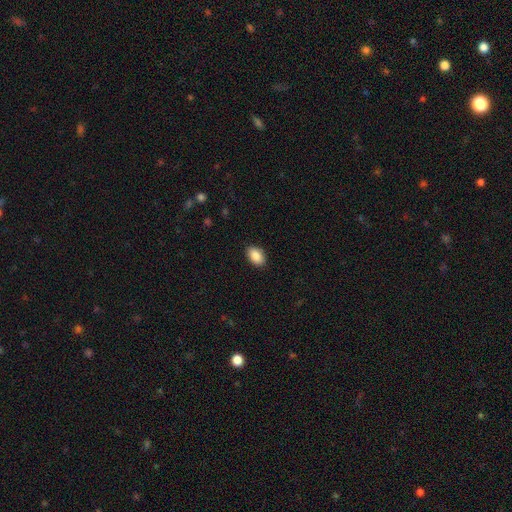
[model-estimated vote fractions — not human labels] smooth_or_featured: smooth (p=0.89) [alt: star or artifact p=0.07]
how_rounded: in between (p=0.90) [alt: round p=0.09]
merging: none (p=0.89) [alt: minor disturbance p=0.08]